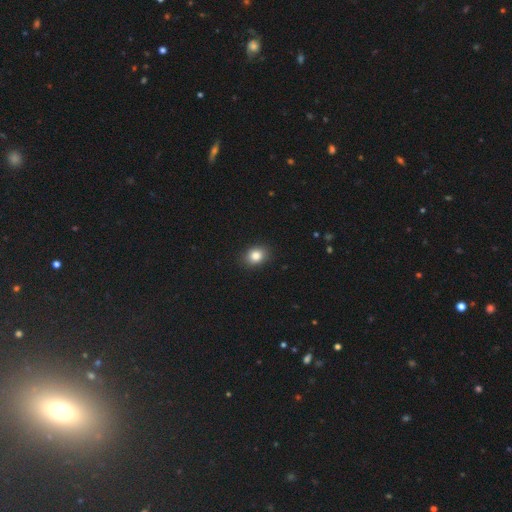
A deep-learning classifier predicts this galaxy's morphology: Q: Smooth or featured?
A: smooth (84%); runner-up: star or artifact (10%)
Q: How rounded?
A: in between (54%); runner-up: round (45%)
Q: Merging?
A: none (89%); runner-up: minor disturbance (8%)